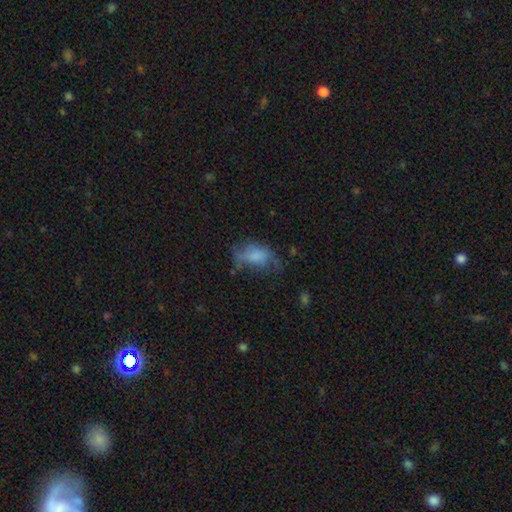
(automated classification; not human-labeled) Morphology: type=smooth (65%); roundness=in between (87%); merging=none (35%).